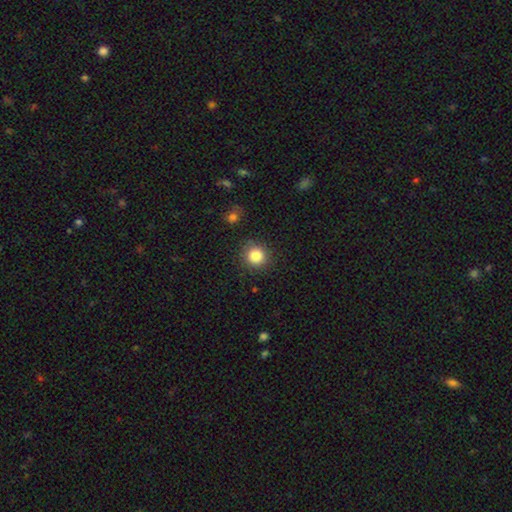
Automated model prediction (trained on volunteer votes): Smooth or featured? smooth (85%)
How rounded? round (91%)
Merging? none (87%)